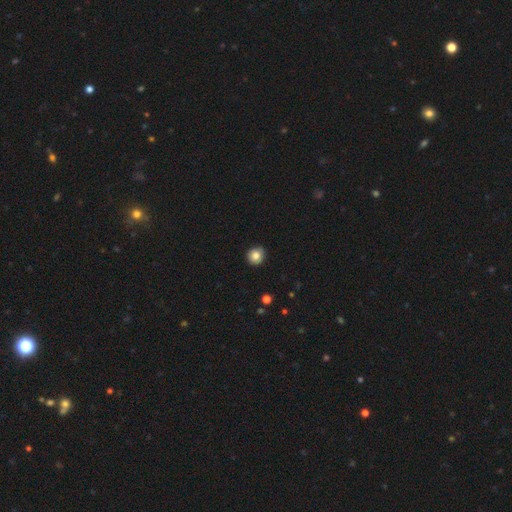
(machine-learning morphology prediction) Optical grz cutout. It shows a smooth galaxy with no disk features (83%) that is round (92%). Merging: none (90%).